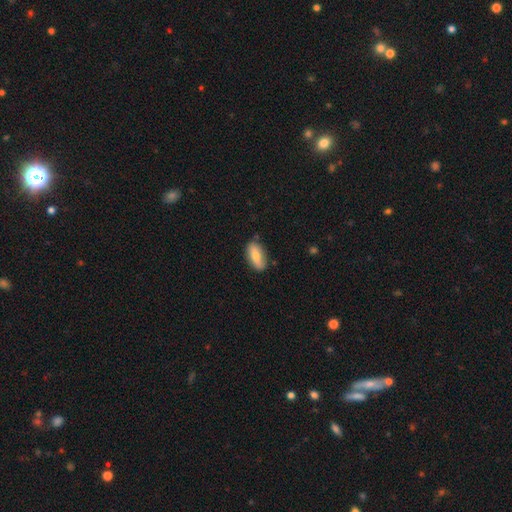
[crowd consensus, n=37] Volunteers were most divided on "merging": none: 75%, minor disturbance: 19%, major disturbance: 3%, merger: 3%. More confident: smooth or featured — smooth (86%); how rounded — in between (78%).